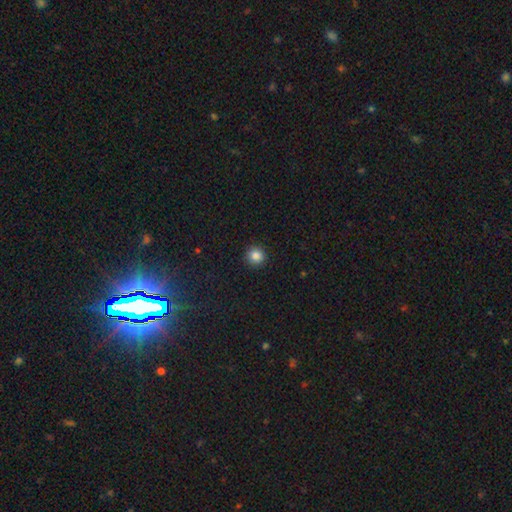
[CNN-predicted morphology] Smooth or featured? Predicted: smooth (p=0.85). How rounded? Predicted: round (p=0.94). Merging? Predicted: none (p=0.92).